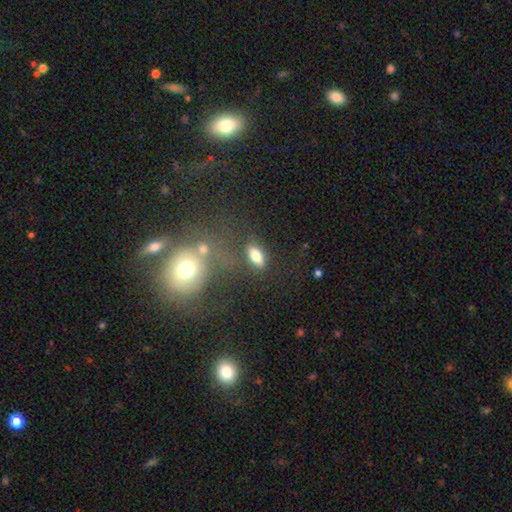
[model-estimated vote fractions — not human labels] Q: Smooth or featured?
A: smooth (78%); runner-up: featured or disk (13%)
Q: How rounded?
A: in between (84%); runner-up: cigar-shaped (10%)
Q: Merging?
A: none (75%); runner-up: minor disturbance (13%)